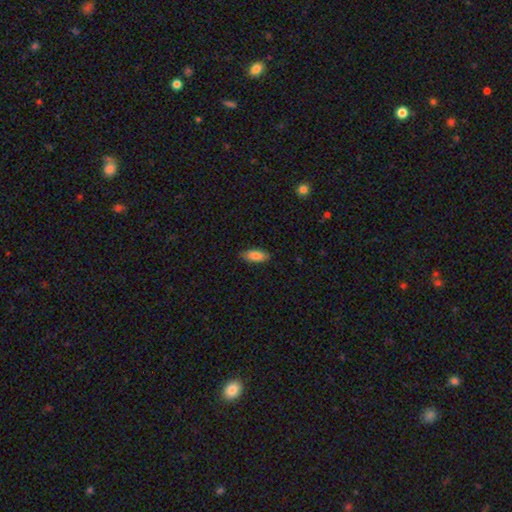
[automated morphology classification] Smooth or featured? smooth (84%)
How rounded? in between (80%)
Merging? none (85%)